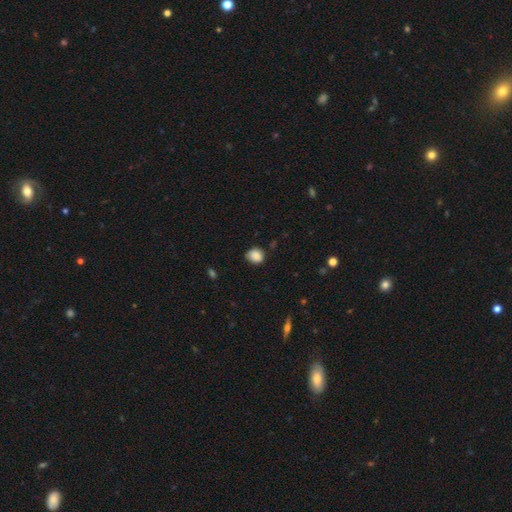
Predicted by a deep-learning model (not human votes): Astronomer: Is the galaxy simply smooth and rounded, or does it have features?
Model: smooth — 87%.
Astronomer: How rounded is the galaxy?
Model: round — 68%.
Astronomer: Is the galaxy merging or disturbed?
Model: none — 73%.